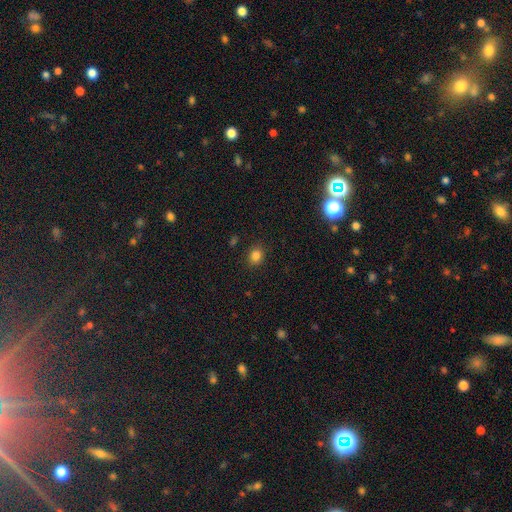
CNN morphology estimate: Smooth or featured: smooth — 83% (star or artifact — 13%)
How rounded: round — 64% (in between — 35%)
Merging: none — 87% (minor disturbance — 8%)